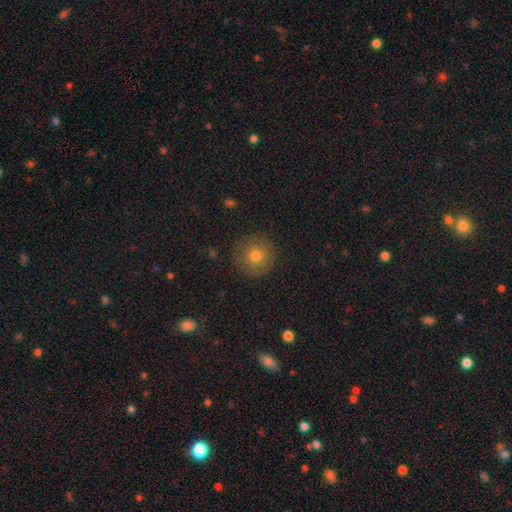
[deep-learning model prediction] smooth_or_featured: smooth (p=0.71) [alt: featured or disk p=0.17]
how_rounded: round (p=0.95) [alt: in between p=0.04]
merging: none (p=0.85) [alt: minor disturbance p=0.11]